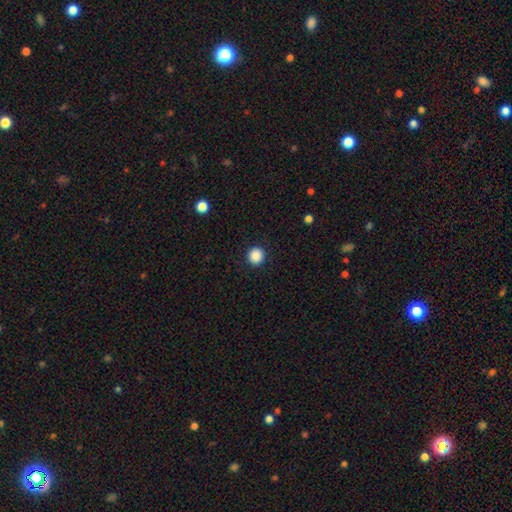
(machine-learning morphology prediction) This appears to be a smooth galaxy with no disk features (88%) that is round (94%). Merging: none (92%).